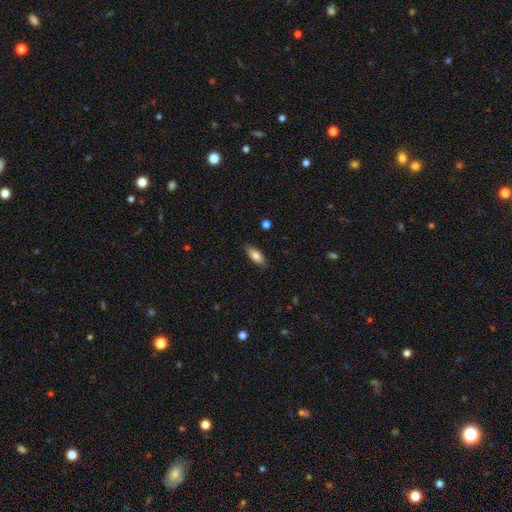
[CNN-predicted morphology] smooth-or-featured: smooth: 78% | featured or disk: 15% | star or artifact: 7%
  how-rounded: in between: 75% | cigar-shaped: 22% | round: 2%
  merging: none: 85% | minor disturbance: 12% | major disturbance: 2% | merger: 1%